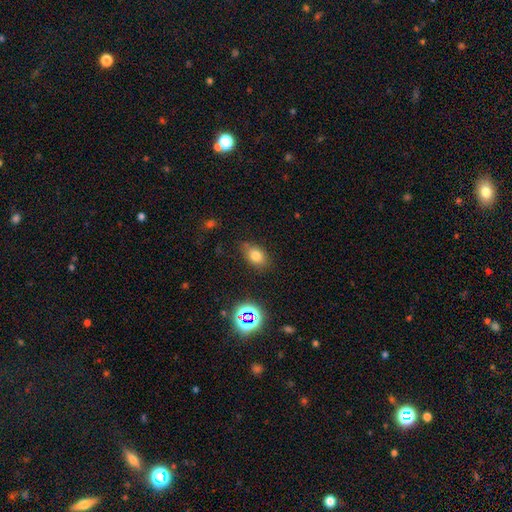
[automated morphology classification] Smooth or featured?
  - smooth: 75% *
  - star or artifact: 15%
  - featured or disk: 10%
How rounded?
  - in between: 77% *
  - round: 22%
  - cigar-shaped: 2%
Merging?
  - none: 75% *
  - minor disturbance: 18%
  - major disturbance: 5%
  - merger: 2%